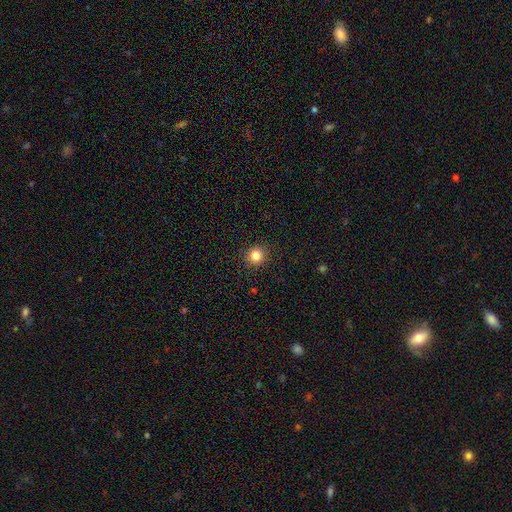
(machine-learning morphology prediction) Smooth or featured: smooth — 84% (star or artifact — 12%)
How rounded: round — 91% (in between — 8%)
Merging: none — 91% (minor disturbance — 6%)